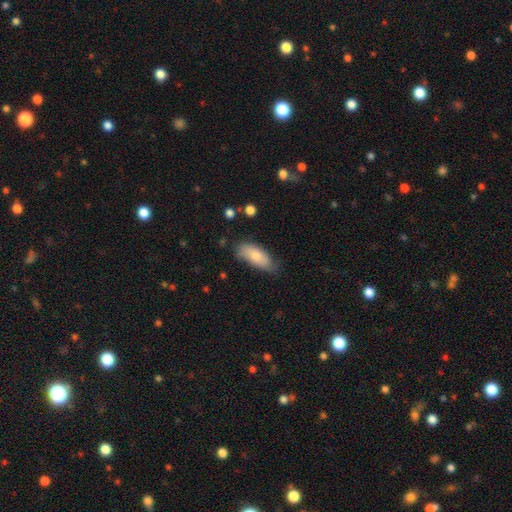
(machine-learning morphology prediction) Q: Smooth or featured?
A: smooth (78%); runner-up: featured or disk (16%)
Q: How rounded?
A: in between (84%); runner-up: cigar-shaped (14%)
Q: Merging?
A: none (64%); runner-up: minor disturbance (28%)